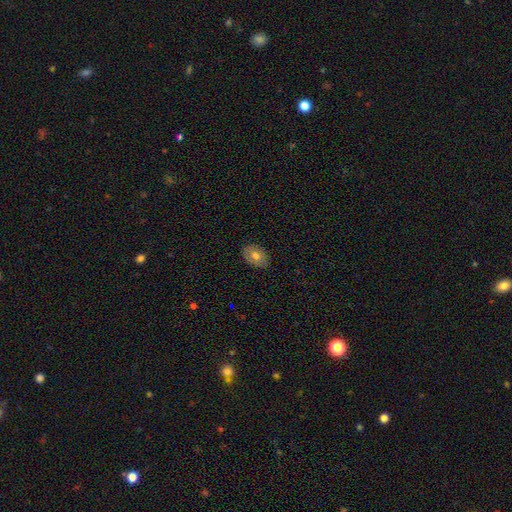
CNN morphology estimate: Q: Smooth or featured?
A: smooth (71%); runner-up: featured or disk (21%)
Q: How rounded?
A: in between (79%); runner-up: round (20%)
Q: Merging?
A: none (84%); runner-up: minor disturbance (12%)